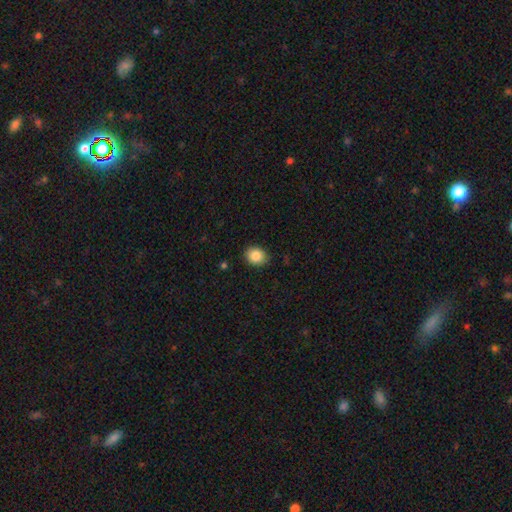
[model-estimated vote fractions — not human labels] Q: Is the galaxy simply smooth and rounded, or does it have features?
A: smooth — 86%.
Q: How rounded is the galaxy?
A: round — 55%.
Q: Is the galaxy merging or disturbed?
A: none — 87%.